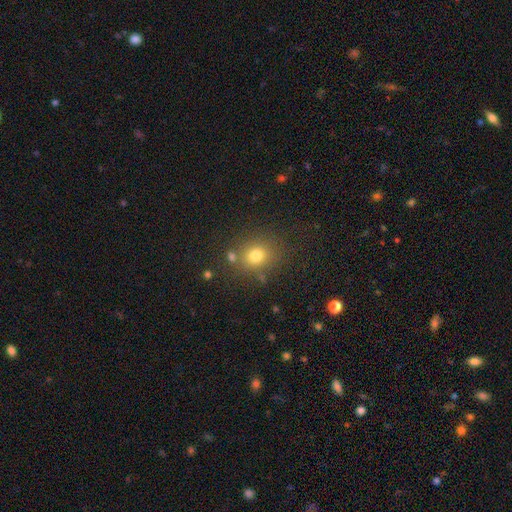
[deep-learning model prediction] Smooth or featured? smooth (75%)
How rounded? round (77%)
Merging? none (76%)